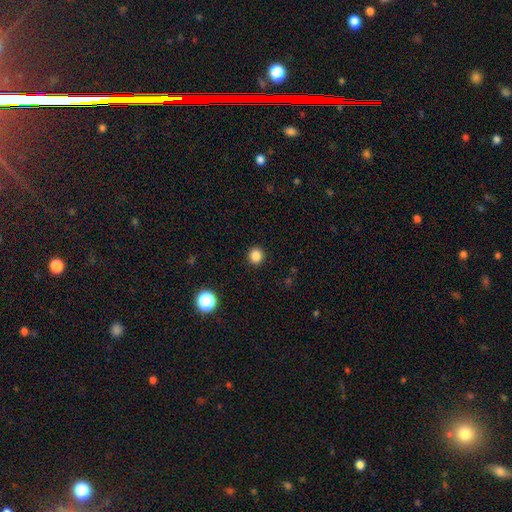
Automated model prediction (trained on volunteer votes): A smooth galaxy with no disk features (85%) that is round (91%). Merging: none (92%).